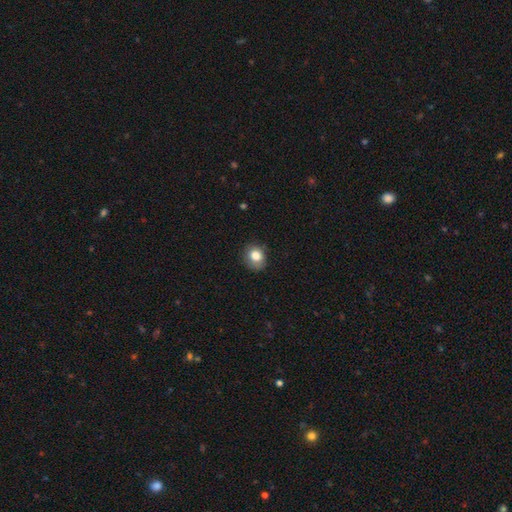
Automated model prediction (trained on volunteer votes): Morphology: type=smooth (81%); roundness=round (64%); merging=none (77%).